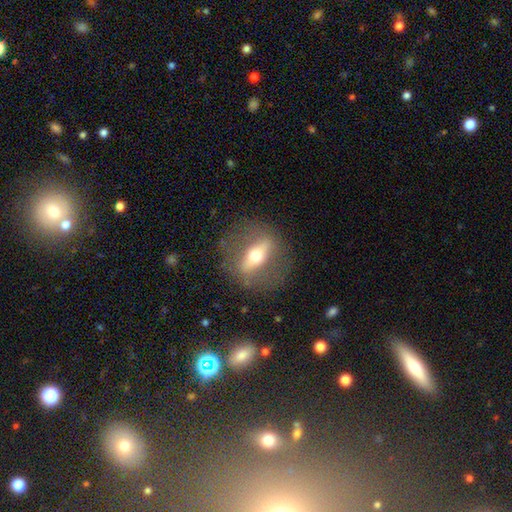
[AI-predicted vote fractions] smooth_or_featured: featured or disk (p=0.67) [alt: smooth p=0.26]
disk_edge_on: yes (p=0.52) [alt: no p=0.48]
merging: none (p=0.80) [alt: minor disturbance p=0.11]